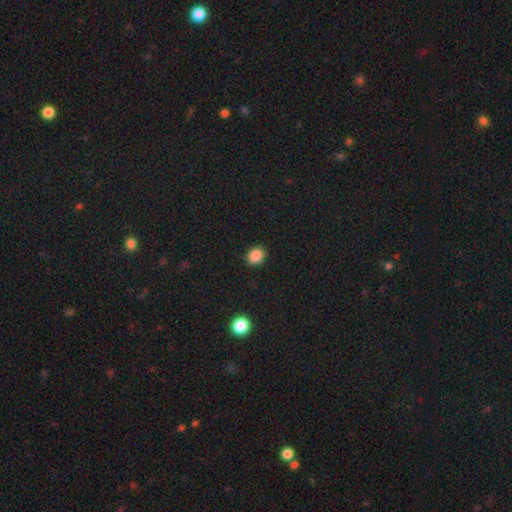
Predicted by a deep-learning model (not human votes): Smooth or featured?
  - smooth: 87% *
  - star or artifact: 10%
  - featured or disk: 3%
How rounded?
  - round: 66% *
  - in between: 33%
  - cigar-shaped: 1%
Merging?
  - none: 91% *
  - minor disturbance: 6%
  - major disturbance: 2%
  - merger: 1%